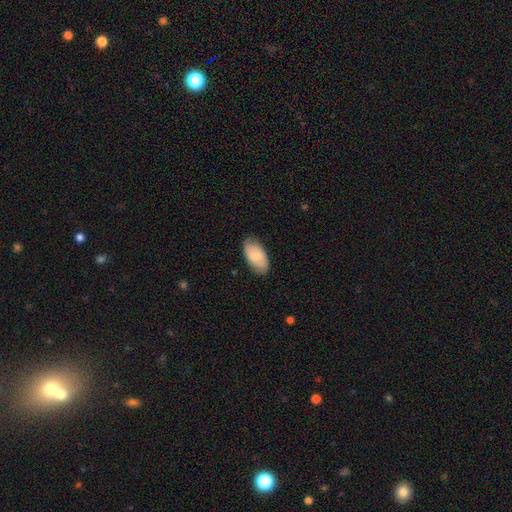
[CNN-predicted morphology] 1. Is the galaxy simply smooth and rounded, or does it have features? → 74% smooth, 20% featured or disk, 6% star or artifact.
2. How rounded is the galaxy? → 94% in between, 3% cigar-shaped, 3% round.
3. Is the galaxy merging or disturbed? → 79% none, 17% minor disturbance, 3% major disturbance, 1% merger.